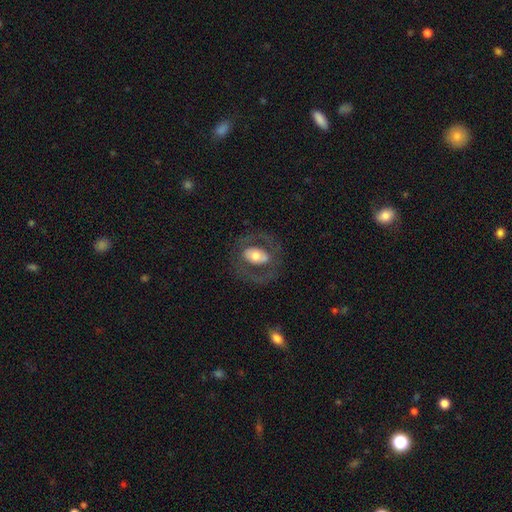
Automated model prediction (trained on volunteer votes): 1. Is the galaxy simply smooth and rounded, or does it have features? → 56% featured or disk, 38% smooth, 6% star or artifact.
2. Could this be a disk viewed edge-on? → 93% no, 7% yes.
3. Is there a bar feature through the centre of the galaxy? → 55% no, 25% weak, 20% strong.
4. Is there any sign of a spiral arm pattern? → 64% no, 36% yes.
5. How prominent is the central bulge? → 59% moderate, 24% large, 13% small, 3% dominant, 2% none.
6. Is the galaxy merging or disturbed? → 70% none, 15% major disturbance, 14% minor disturbance, 1% merger.